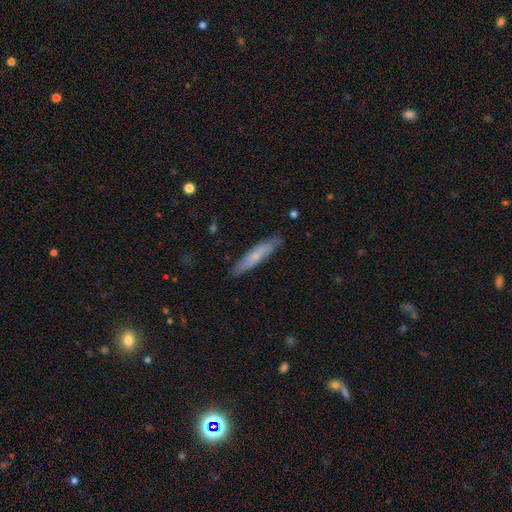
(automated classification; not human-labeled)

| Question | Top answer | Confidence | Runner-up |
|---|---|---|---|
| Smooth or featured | smooth | 58% | featured or disk (36%) |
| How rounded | cigar-shaped | 87% | in between (11%) |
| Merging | none | 84% | minor disturbance (12%) |